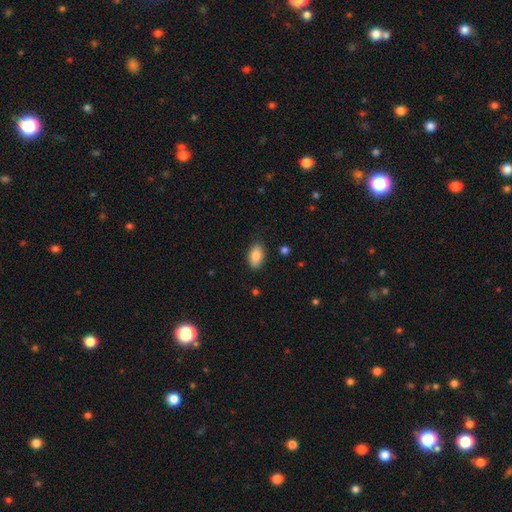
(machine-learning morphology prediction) smooth-or-featured: smooth: 84% | featured or disk: 9% | star or artifact: 7%
  how-rounded: in between: 92% | round: 5% | cigar-shaped: 2%
  merging: none: 85% | minor disturbance: 11% | major disturbance: 2% | merger: 1%